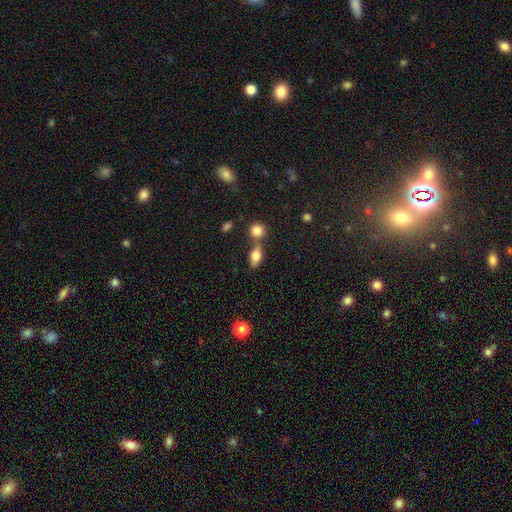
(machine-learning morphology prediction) This is likely a smooth galaxy (70%). How rounded: likely in between (74%). Merging: possibly none (57%).